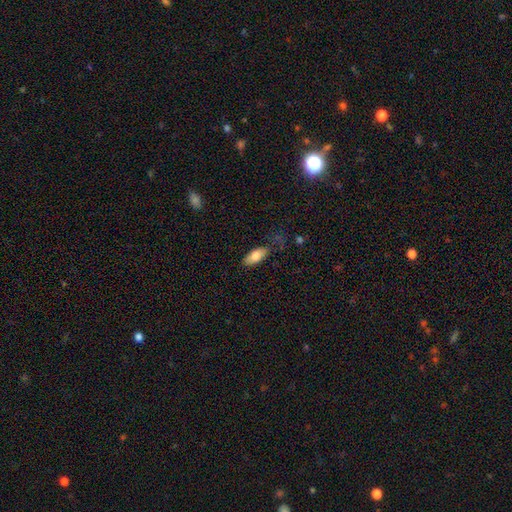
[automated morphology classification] Smooth or featured? Predicted: smooth (p=0.80). How rounded? Predicted: in between (p=0.84). Merging? Predicted: none (p=0.70).